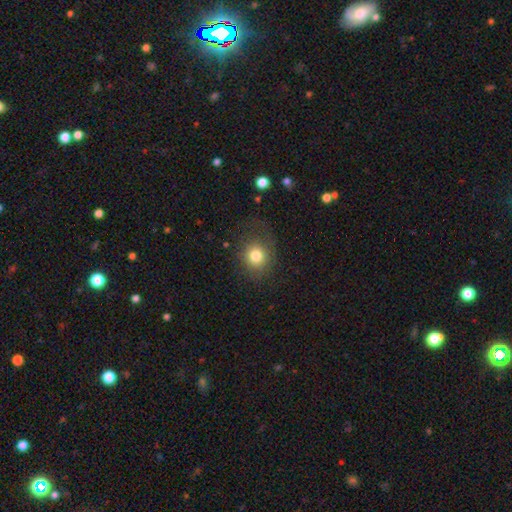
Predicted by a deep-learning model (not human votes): A smooth galaxy with no disk features (78%) that is round (76%).

Vote fractions:
- Smooth or featured? smooth: 78% / star or artifact: 11% / featured or disk: 11%
- How rounded? round: 76% / in between: 23% / cigar-shaped: 1%
- Merging? none: 66% / minor disturbance: 18% / major disturbance: 14% / merger: 2%